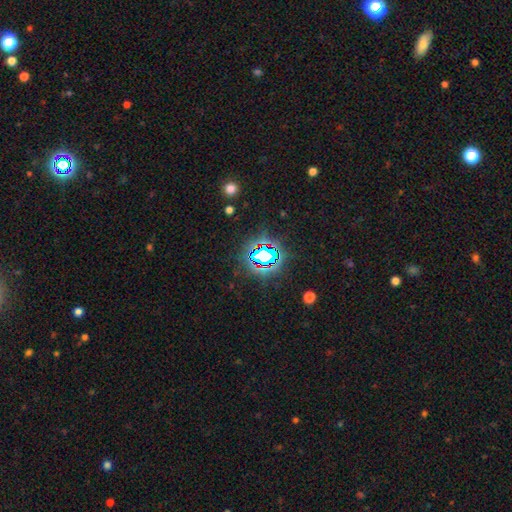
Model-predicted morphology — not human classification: This is clearly a star or artifact rather than a galaxy (81%).